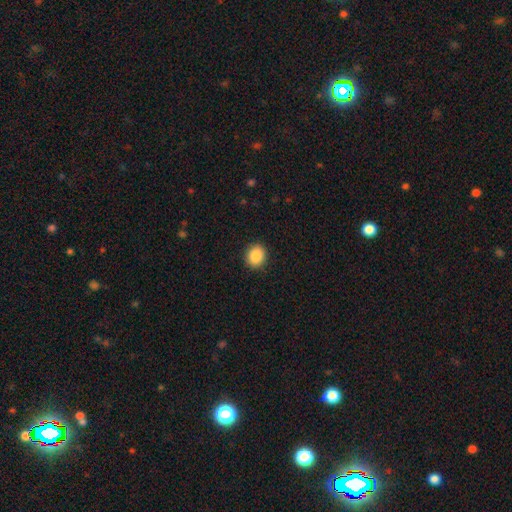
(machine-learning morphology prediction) Smooth or featured: smooth — 88% (star or artifact — 8%)
How rounded: round — 72% (in between — 27%)
Merging: none — 91% (minor disturbance — 6%)